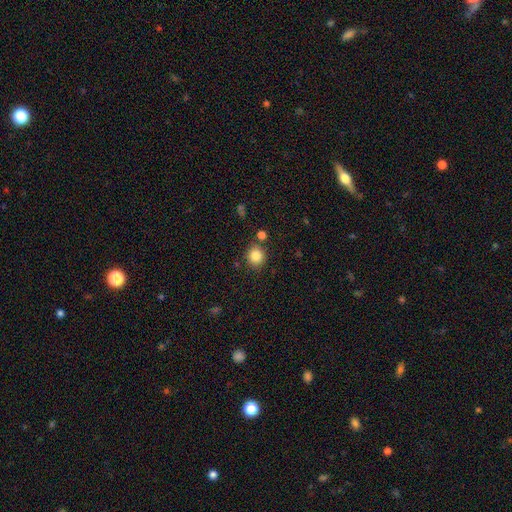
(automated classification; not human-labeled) smooth_or_featured: smooth (p=0.84) [alt: star or artifact p=0.11]
how_rounded: round (p=0.84) [alt: in between p=0.15]
merging: none (p=0.80) [alt: minor disturbance p=0.09]